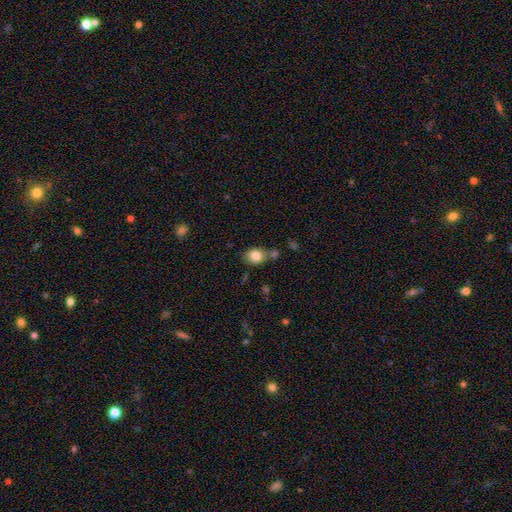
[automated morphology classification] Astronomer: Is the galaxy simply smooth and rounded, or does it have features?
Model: smooth — 83%.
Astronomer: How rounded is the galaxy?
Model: in between — 53% (runner-up: round, 46%).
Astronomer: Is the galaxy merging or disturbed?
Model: none — 62%.